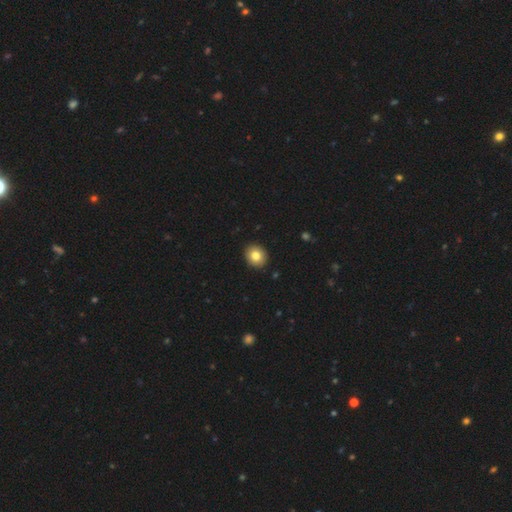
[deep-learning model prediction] Smooth or featured?
  - smooth: 81% *
  - featured or disk: 10%
  - star or artifact: 9%
How rounded?
  - round: 72% *
  - in between: 27%
  - cigar-shaped: 1%
Merging?
  - none: 92% *
  - minor disturbance: 6%
  - major disturbance: 2%
  - merger: 1%